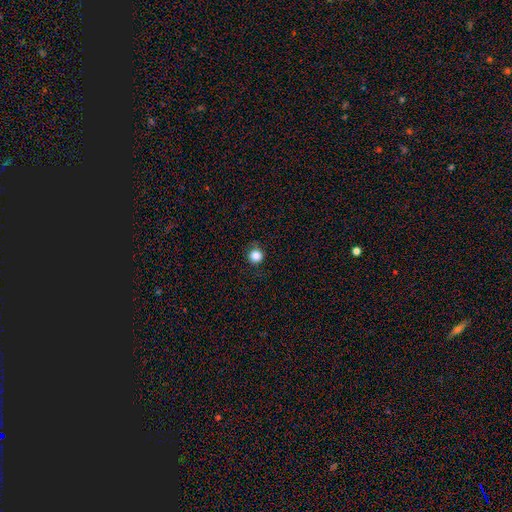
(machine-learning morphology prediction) This is clearly a smooth galaxy (84%). How rounded: clearly round (94%). Merging: clearly none (87%).